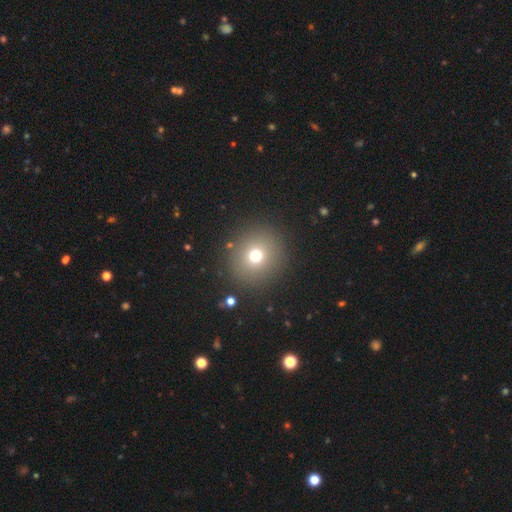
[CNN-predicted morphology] This is likely a smooth galaxy (71%). How rounded: clearly round (89%). Merging: clearly none (88%).